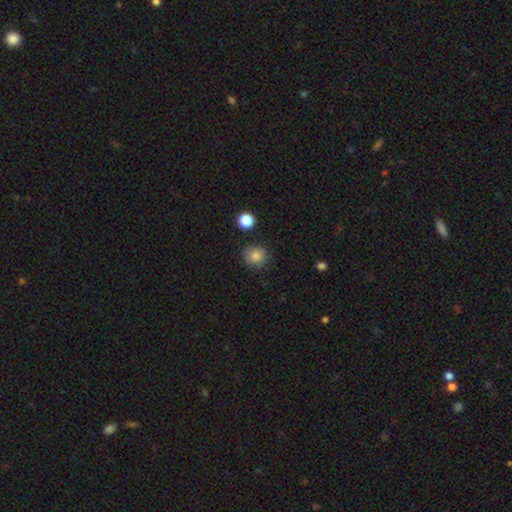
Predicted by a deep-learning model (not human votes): smooth-or-featured: smooth: 84% | star or artifact: 11% | featured or disk: 6%
  how-rounded: round: 91% | in between: 8% | cigar-shaped: 1%
  merging: none: 84% | minor disturbance: 11% | major disturbance: 3% | merger: 2%